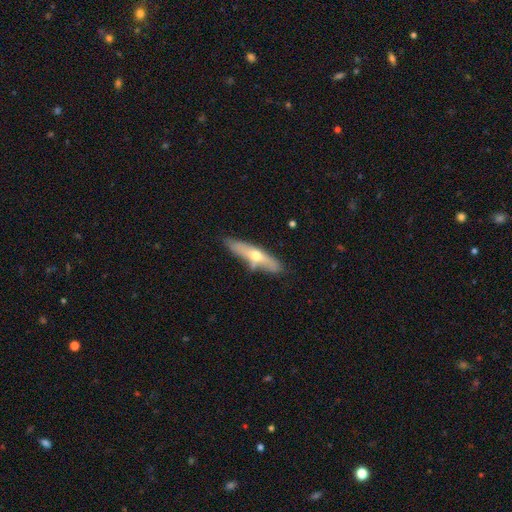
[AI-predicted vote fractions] Smooth or featured: featured or disk — 49% (smooth — 46%)
Merging: none — 66% (minor disturbance — 20%)